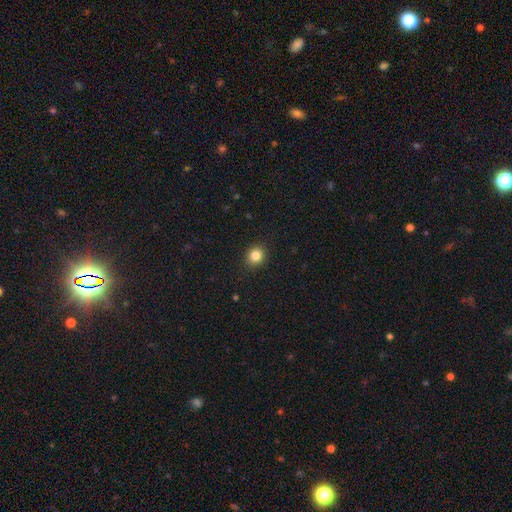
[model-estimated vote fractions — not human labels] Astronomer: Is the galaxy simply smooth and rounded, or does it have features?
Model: smooth — 84%.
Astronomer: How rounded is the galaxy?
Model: round — 77%.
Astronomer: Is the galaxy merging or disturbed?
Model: none — 90%.